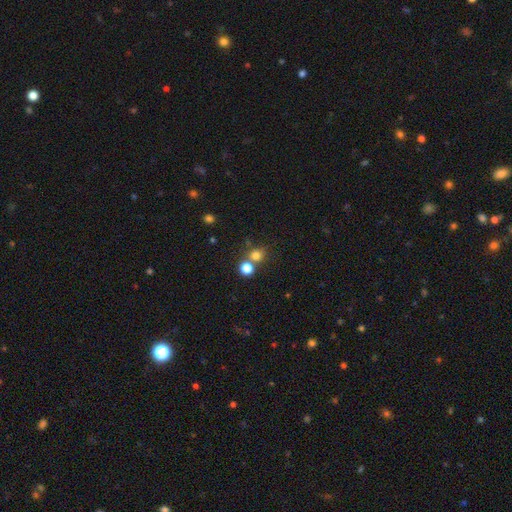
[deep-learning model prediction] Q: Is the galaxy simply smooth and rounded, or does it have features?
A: smooth — 76%.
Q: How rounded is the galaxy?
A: round — 86%.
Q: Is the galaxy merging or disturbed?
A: none — 59%.